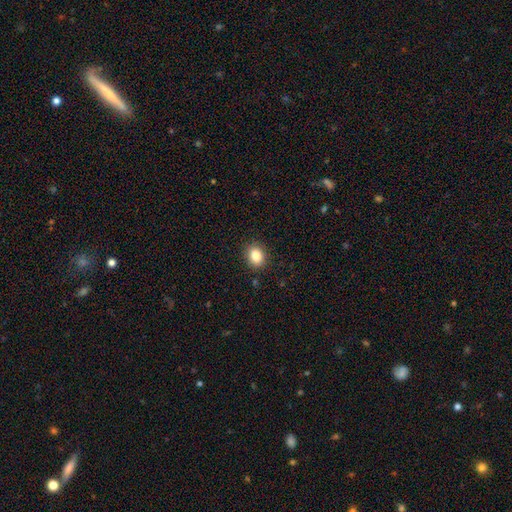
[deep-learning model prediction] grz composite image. It shows a smooth galaxy with no disk features (86%) that is round (50%). Merging: none (88%).